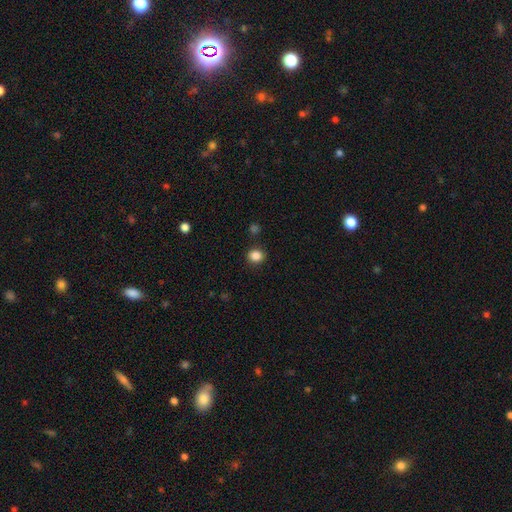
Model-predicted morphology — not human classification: Smooth or featured? Predicted: smooth (p=0.86). How rounded? Predicted: round (p=0.75). Merging? Predicted: none (p=0.88).